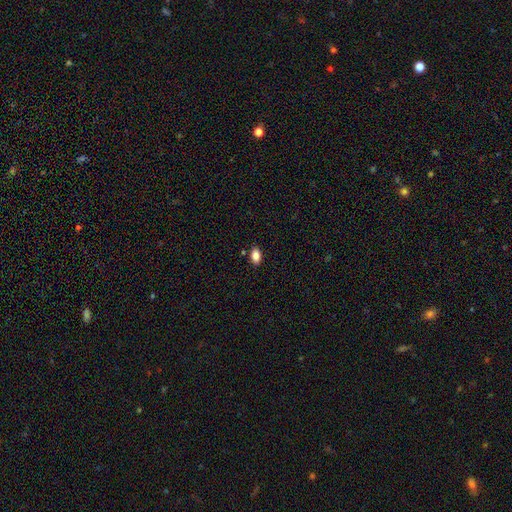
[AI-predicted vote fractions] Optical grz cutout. It shows a smooth galaxy with no disk features (85%) that is in between round and cigar-shaped (91%). Merging: none (86%).